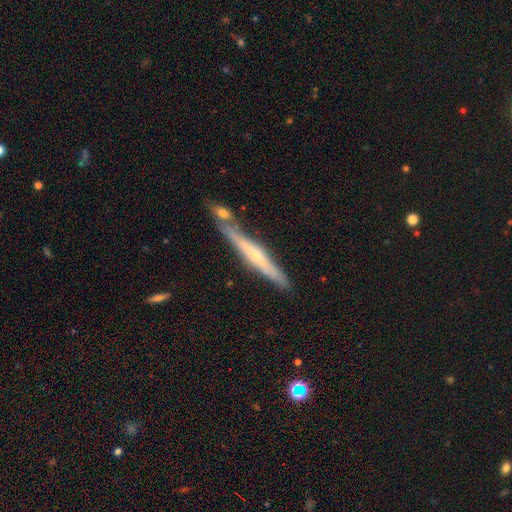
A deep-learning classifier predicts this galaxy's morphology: Smooth or featured? featured or disk (58%)
Edge-on disk? yes (94%)
Edge-on bulge? rounded (49%)
Merging? none (68%)